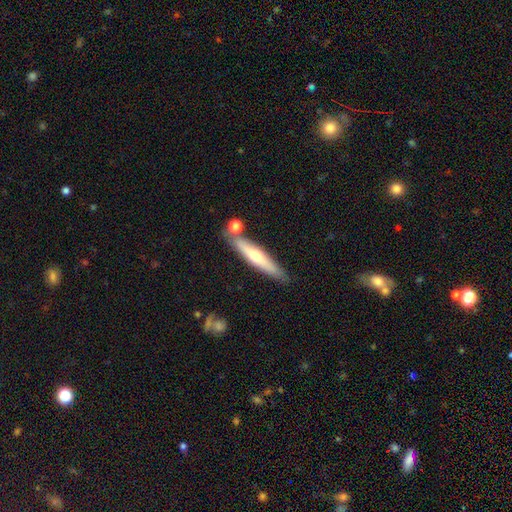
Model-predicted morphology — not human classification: smooth-or-featured: smooth: 48% | featured or disk: 46% | star or artifact: 6%
  merging: none: 79% | minor disturbance: 11% | merger: 7% | major disturbance: 2%